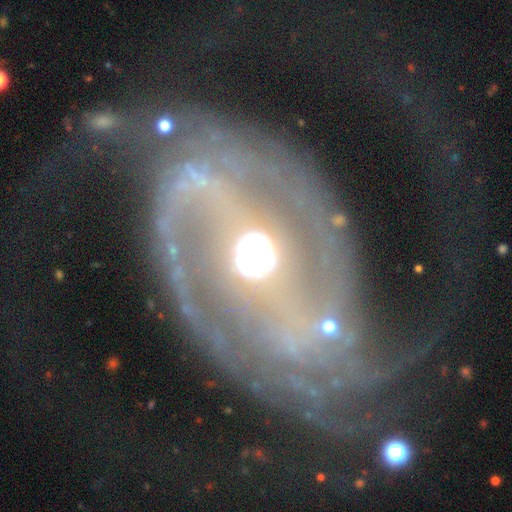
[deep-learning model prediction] The model was most divided on "smooth or featured": featured or disk: 48%, smooth: 32%, star or artifact: 20%. More confident: merging — none (63%).